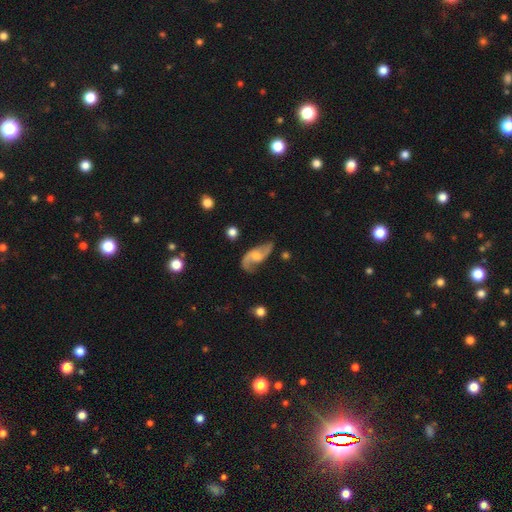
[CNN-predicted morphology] Smooth or featured: featured or disk — 84% (smooth — 10%)
Edge-on disk: no — 96% (yes — 4%)
Bar: no — 49% (weak — 42%)
Spiral arms: yes — 96% (no — 4%)
Spiral winding: loose — 67% (medium — 27%)
Spiral arm count: 2 — 91% (1 — 3%)
Bulge size: moderate — 37% (small — 31%)
Merging: none — 68% (minor disturbance — 19%)